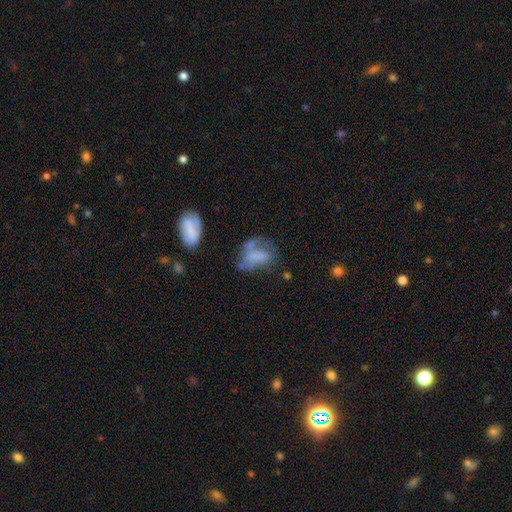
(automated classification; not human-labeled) A smooth galaxy with no disk features (50%). Merging: major disturbance (35%).